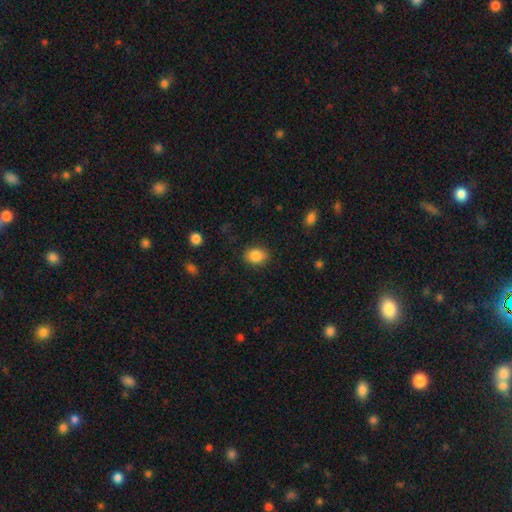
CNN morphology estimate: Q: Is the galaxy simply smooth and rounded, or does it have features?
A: smooth — 86%.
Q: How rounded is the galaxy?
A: in between — 59%.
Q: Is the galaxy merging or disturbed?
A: none — 87%.